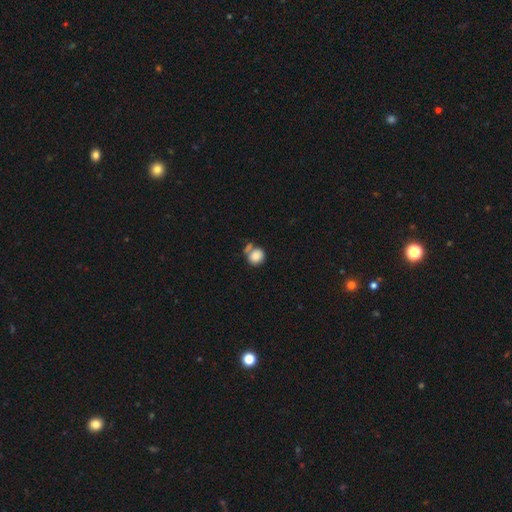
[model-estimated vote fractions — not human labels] This appears to be a smooth galaxy with no disk features (83%) that is round (80%). Merging: none (50%).